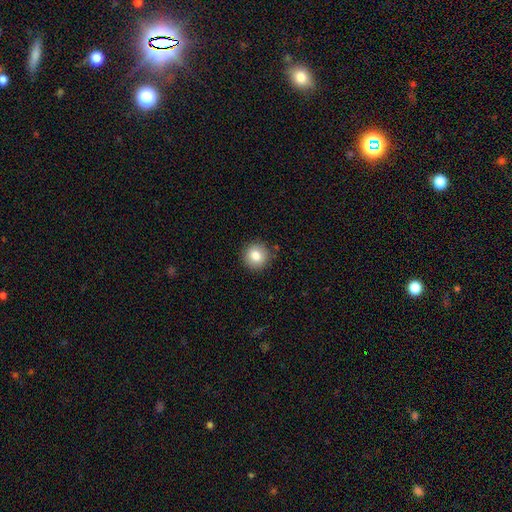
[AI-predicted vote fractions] Smooth or featured: smooth — 83% (star or artifact — 9%)
How rounded: round — 93% (in between — 6%)
Merging: none — 90% (minor disturbance — 7%)